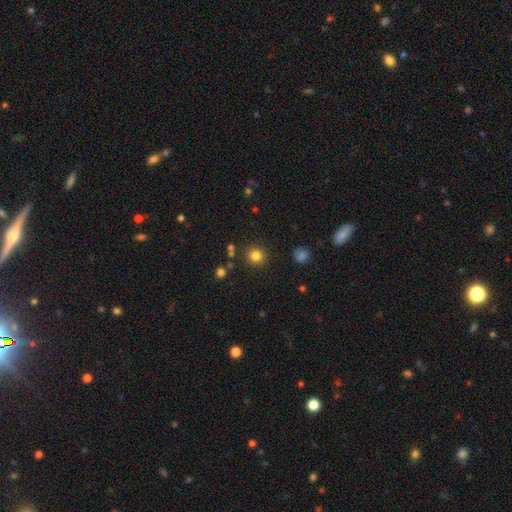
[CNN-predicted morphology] Smooth or featured: smooth — 82% (star or artifact — 13%)
How rounded: round — 93% (in between — 6%)
Merging: none — 88% (minor disturbance — 6%)